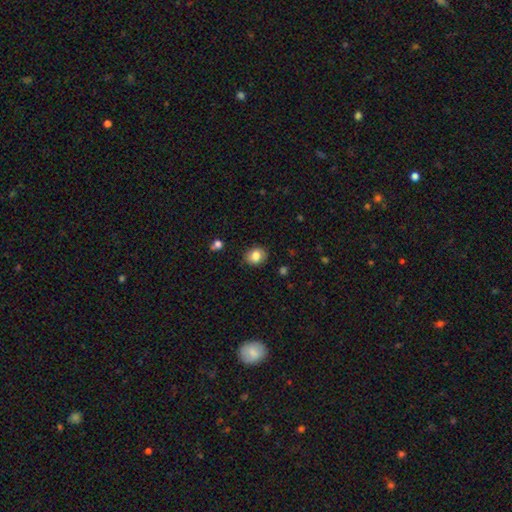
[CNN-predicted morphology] A smooth galaxy with no disk features (82%) that is round (57%). Merging: none (84%).